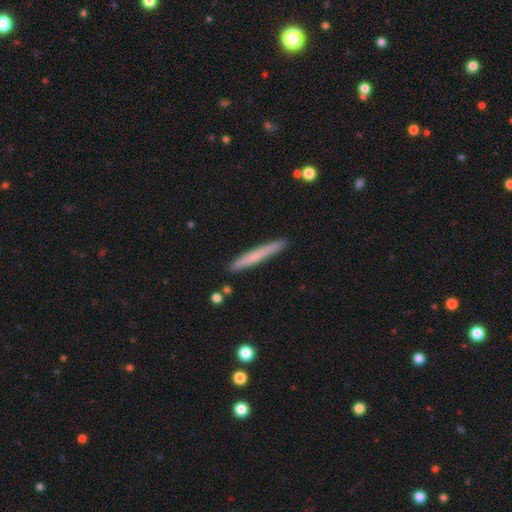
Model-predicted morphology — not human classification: The model was most divided on "smooth or featured": smooth: 64%, featured or disk: 30%, star or artifact: 6%. More confident: how rounded — cigar-shaped (97%); merging — none (90%).